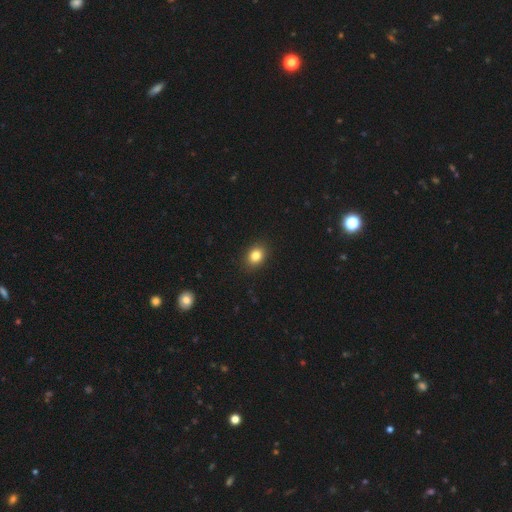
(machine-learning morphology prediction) Smooth or featured: smooth — 84% (star or artifact — 10%)
How rounded: in between — 57% (round — 42%)
Merging: none — 90% (minor disturbance — 7%)